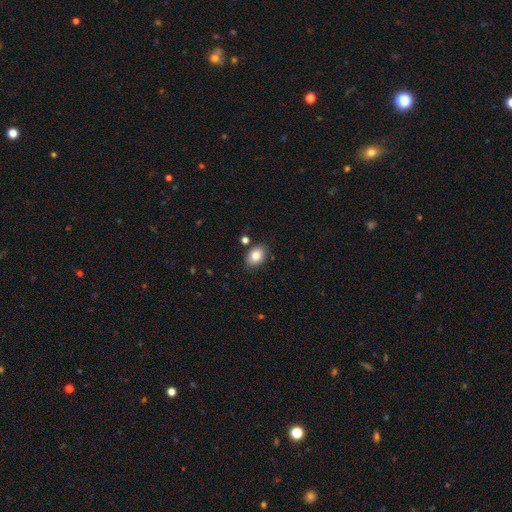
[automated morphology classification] Smooth or featured? smooth (84%)
How rounded? in between (78%)
Merging? none (83%)